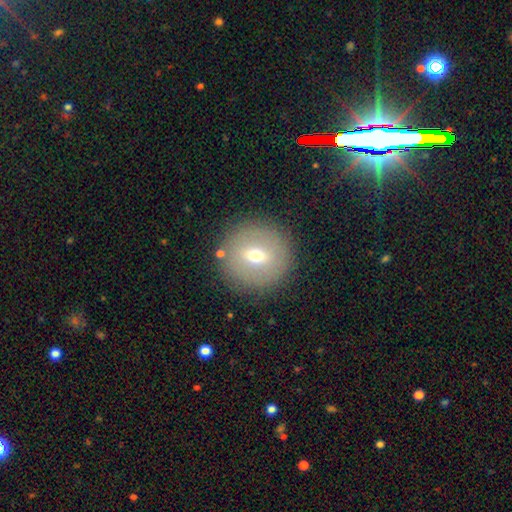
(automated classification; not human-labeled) Morphology: type=smooth (55%); roundness=round (93%); merging=none (86%).